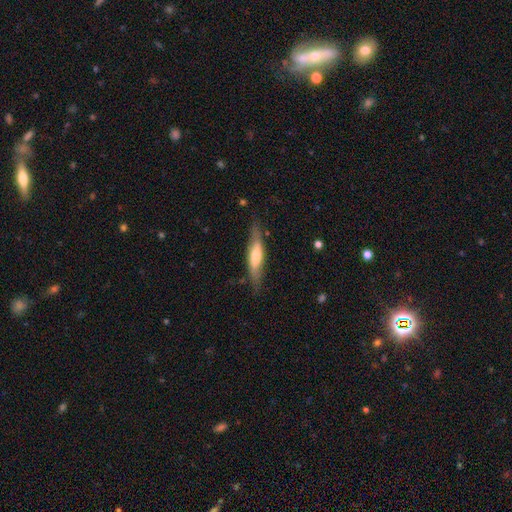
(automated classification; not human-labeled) Smooth or featured? Predicted: smooth (p=0.48). Merging? Predicted: none (p=0.78).